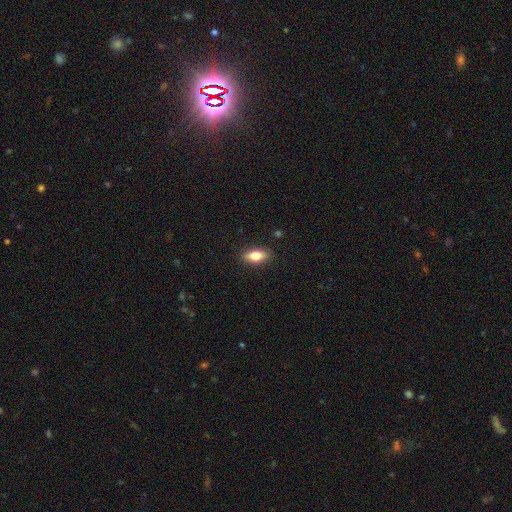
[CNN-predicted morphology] Smooth or featured: smooth — 76% (featured or disk — 16%)
How rounded: in between — 82% (cigar-shaped — 13%)
Merging: none — 88% (minor disturbance — 9%)